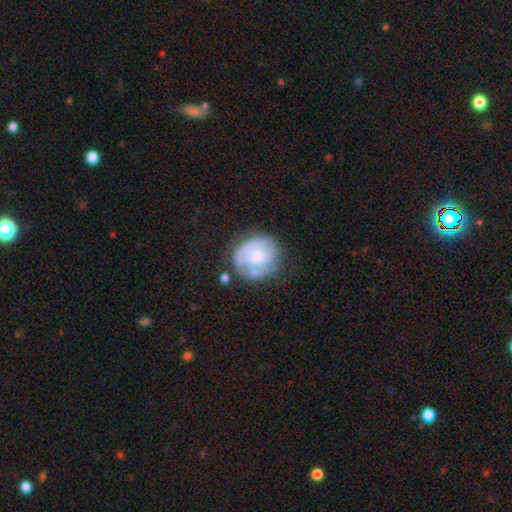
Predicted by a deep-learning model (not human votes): Overall: featured or disk (60%; smooth 34%). Edge-on disk: no (98%). Bar: no (75%). Spiral arms: yes (72%). Bulge size: small (53%; moderate 35%). Merging: none (56%; minor disturbance 23%).